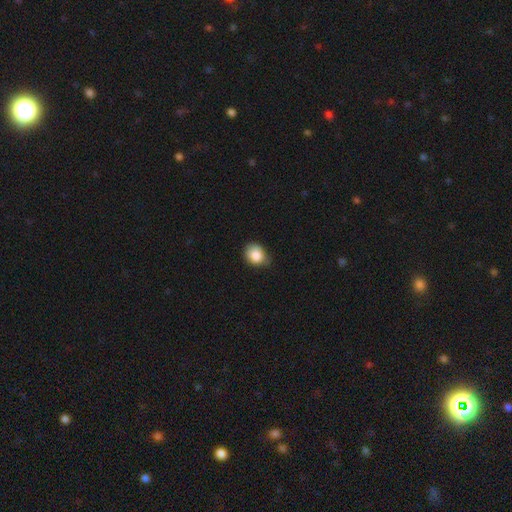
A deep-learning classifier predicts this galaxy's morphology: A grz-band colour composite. It shows a smooth galaxy with no disk features (84%) that is round (57%). Merging: none (62%).